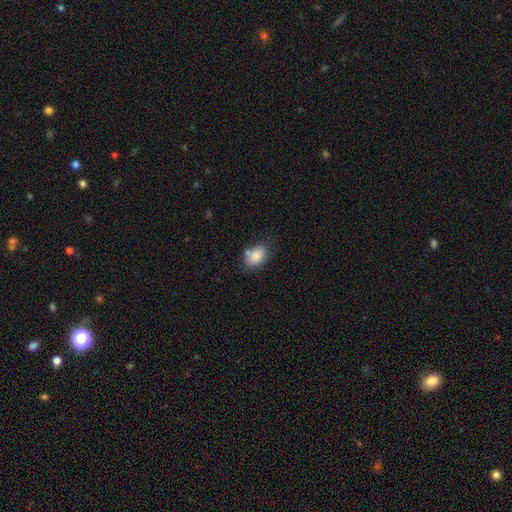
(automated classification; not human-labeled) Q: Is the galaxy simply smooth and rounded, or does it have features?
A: smooth — 85%.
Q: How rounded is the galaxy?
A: in between — 86%.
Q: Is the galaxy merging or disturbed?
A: none — 66%.